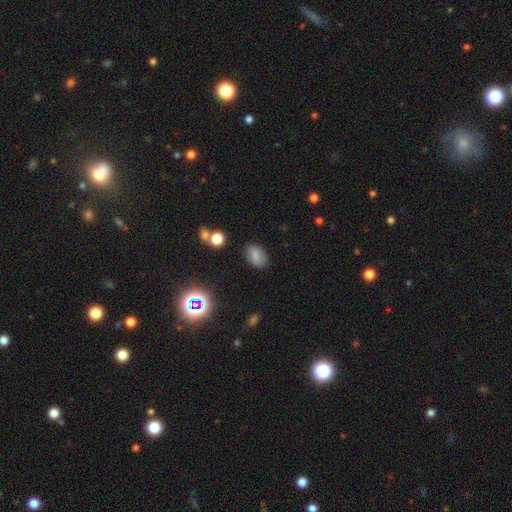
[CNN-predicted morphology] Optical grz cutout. It shows a smooth galaxy with no disk features (74%) that is in between round and cigar-shaped (84%). Merging: none (81%).